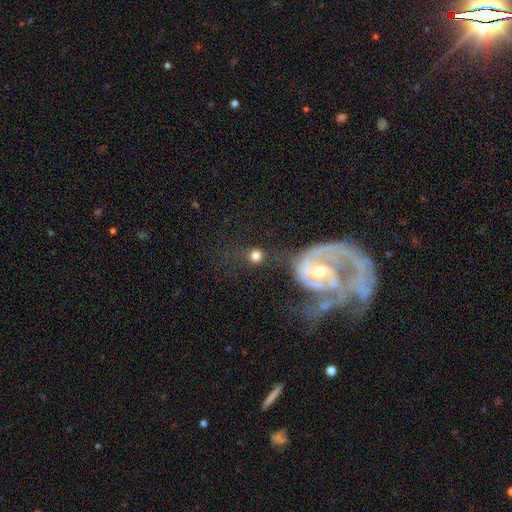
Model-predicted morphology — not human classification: Smooth or featured? smooth (74%)
How rounded? round (88%)
Merging? none (70%)